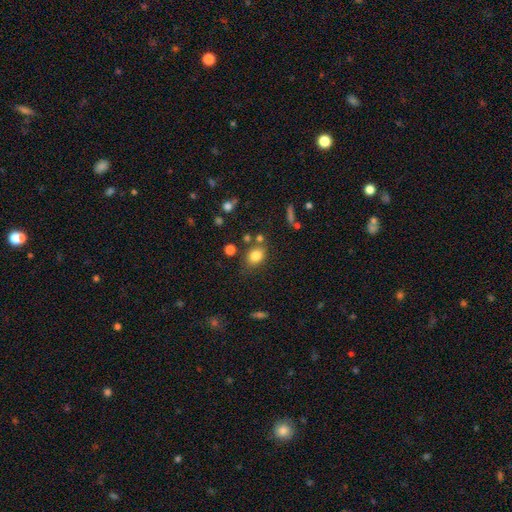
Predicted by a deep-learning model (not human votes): Overall: smooth (81%). How rounded: in between (58%; round 41%). Merging: none (69%).